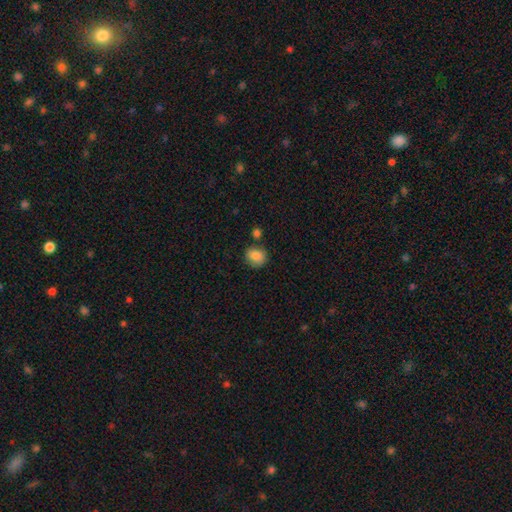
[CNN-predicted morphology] Smooth or featured: smooth — 86% (star or artifact — 9%)
How rounded: round — 75% (in between — 24%)
Merging: none — 75% (minor disturbance — 13%)